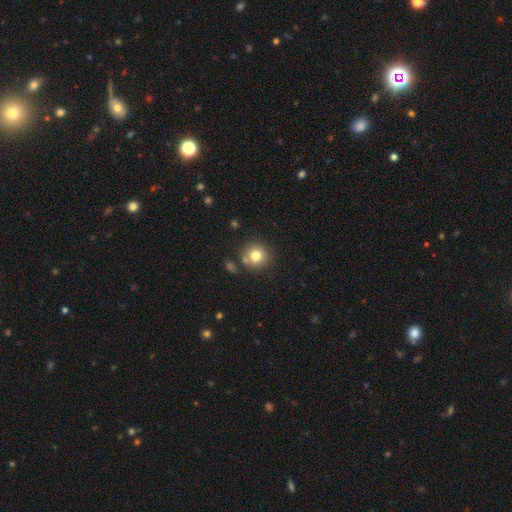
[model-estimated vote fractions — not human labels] Smooth or featured? Predicted: smooth (p=0.79). How rounded? Predicted: round (p=0.93). Merging? Predicted: none (p=0.77).